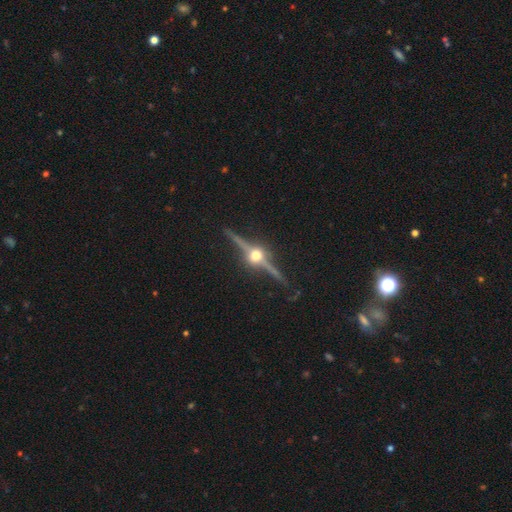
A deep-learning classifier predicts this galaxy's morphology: smooth_or_featured: featured or disk (p=0.88) [alt: star or artifact p=0.07]
disk_edge_on: yes (p=0.97) [alt: no p=0.03]
edge_on_bulge: rounded (p=0.97) [alt: boxy p=0.02]
merging: none (p=0.90) [alt: minor disturbance p=0.07]